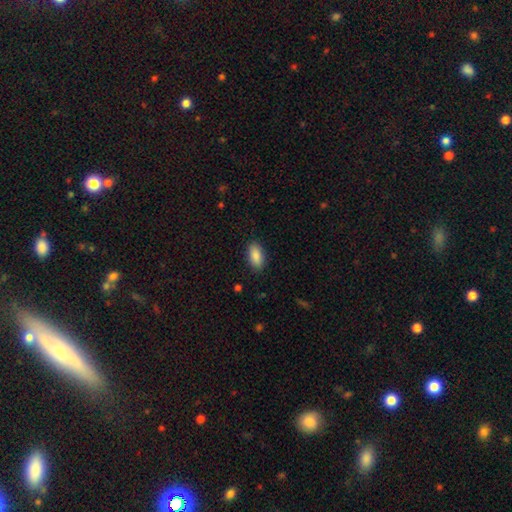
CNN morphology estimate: Overall: smooth (89%). How rounded: in between (93%). Merging: none (88%).